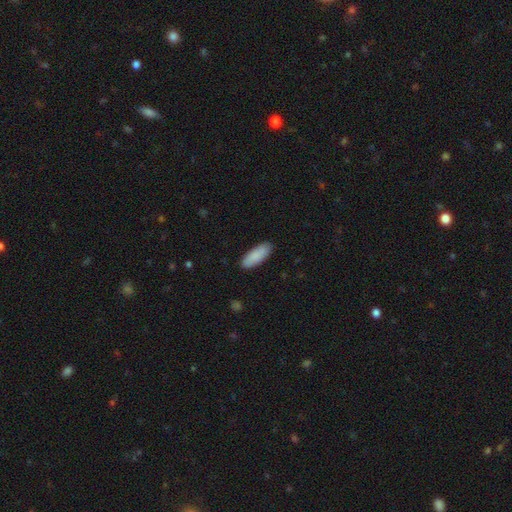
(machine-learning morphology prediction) Smooth or featured?
  - smooth: 89% *
  - featured or disk: 6%
  - star or artifact: 5%
How rounded?
  - in between: 69% *
  - cigar-shaped: 29%
  - round: 2%
Merging?
  - none: 88% *
  - minor disturbance: 10%
  - major disturbance: 2%
  - merger: 1%